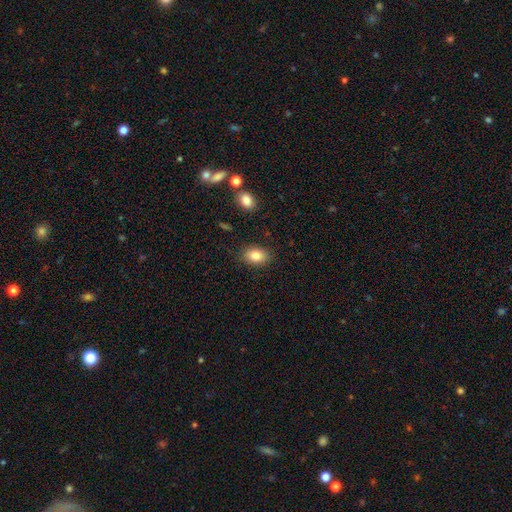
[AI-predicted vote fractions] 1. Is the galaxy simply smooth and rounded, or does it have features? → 84% smooth, 8% star or artifact, 7% featured or disk.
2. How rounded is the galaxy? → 85% in between, 14% round, 1% cigar-shaped.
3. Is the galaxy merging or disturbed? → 86% none, 10% minor disturbance, 3% major disturbance, 2% merger.